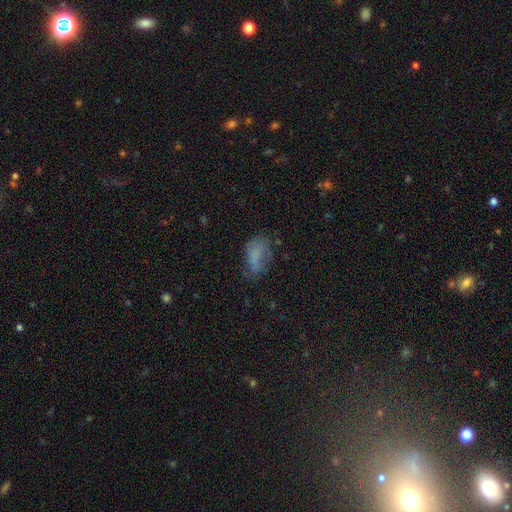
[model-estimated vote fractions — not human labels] Smooth or featured? smooth (68%)
How rounded? in between (89%)
Merging? none (48%)